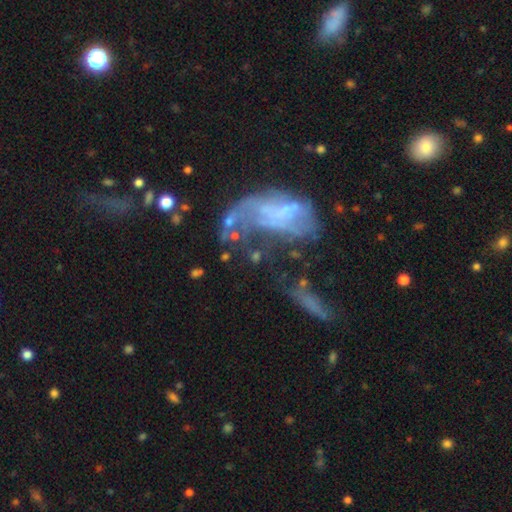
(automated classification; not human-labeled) Q: Smooth or featured?
A: featured or disk (53%); runner-up: smooth (30%)
Q: Edge-on disk?
A: no (92%); runner-up: yes (8%)
Q: Merging?
A: major disturbance (36%); runner-up: none (27%)